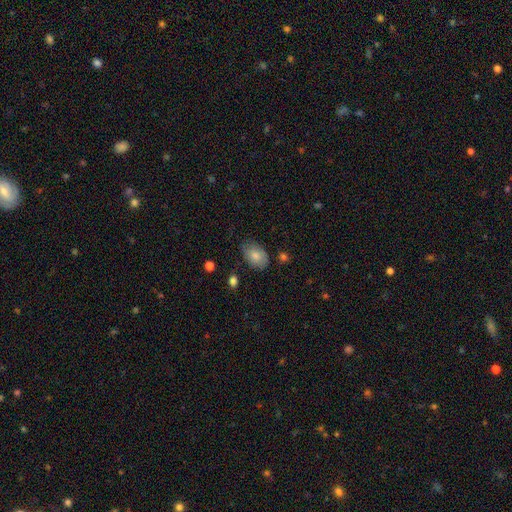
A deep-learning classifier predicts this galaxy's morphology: type=smooth (79%); roundness=in between (86%); merging=none (68%).